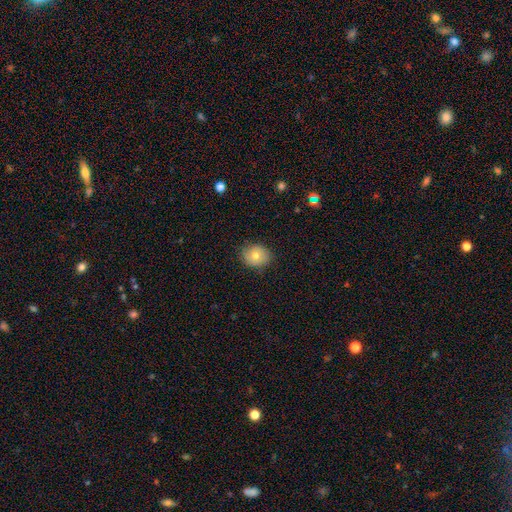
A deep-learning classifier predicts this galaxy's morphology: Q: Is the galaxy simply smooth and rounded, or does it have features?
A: smooth — 71%.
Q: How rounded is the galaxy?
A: round — 66%.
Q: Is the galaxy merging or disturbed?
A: none — 83%.